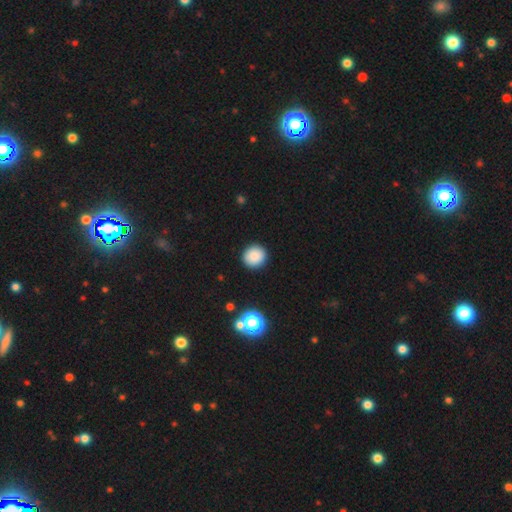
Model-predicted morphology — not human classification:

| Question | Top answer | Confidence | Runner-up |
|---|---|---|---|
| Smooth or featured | smooth | 86% | star or artifact (10%) |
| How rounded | round | 90% | in between (9%) |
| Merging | none | 92% | minor disturbance (5%) |